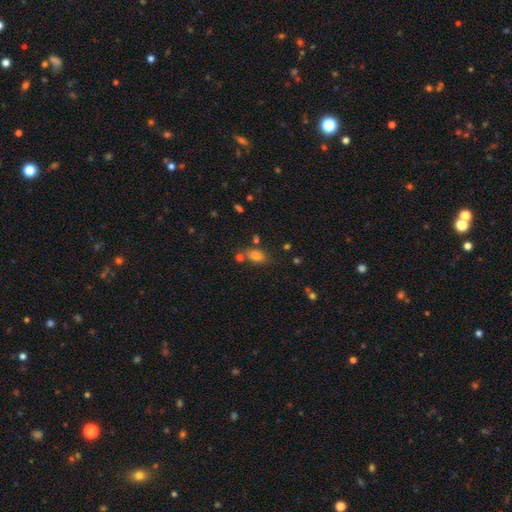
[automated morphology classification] Smooth or featured?
  - smooth: 78% *
  - star or artifact: 13%
  - featured or disk: 9%
How rounded?
  - in between: 83% *
  - round: 11%
  - cigar-shaped: 6%
Merging?
  - none: 68% *
  - minor disturbance: 15%
  - merger: 12%
  - major disturbance: 5%